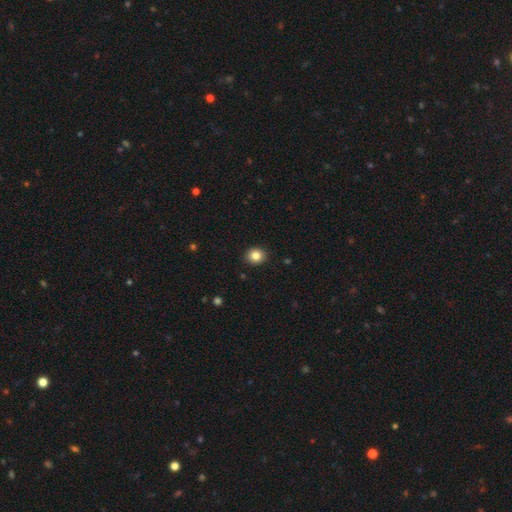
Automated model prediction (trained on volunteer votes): A smooth galaxy with no disk features (84%) that is round (72%).

Vote fractions:
- Smooth or featured? smooth: 84% / star or artifact: 10% / featured or disk: 6%
- How rounded? round: 72% / in between: 28% / cigar-shaped: 1%
- Merging? none: 91% / minor disturbance: 6% / major disturbance: 2% / merger: 1%